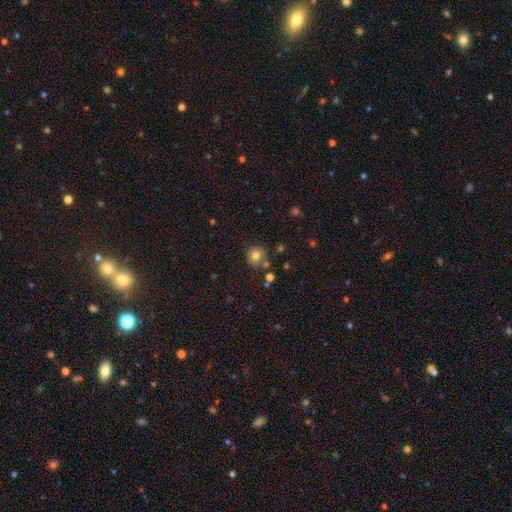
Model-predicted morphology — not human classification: A smooth galaxy with no disk features (77%) that is round (89%). Merging: none (73%).